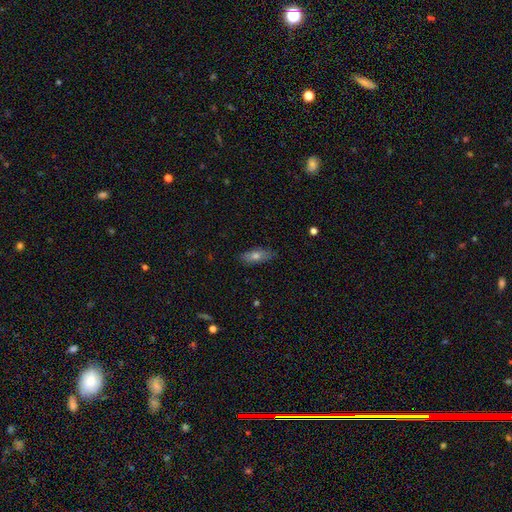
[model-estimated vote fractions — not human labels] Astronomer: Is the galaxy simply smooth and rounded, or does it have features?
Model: smooth — 62%.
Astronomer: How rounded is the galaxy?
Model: in between — 59% (runner-up: cigar-shaped, 37%).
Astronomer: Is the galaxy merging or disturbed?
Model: none — 85%.